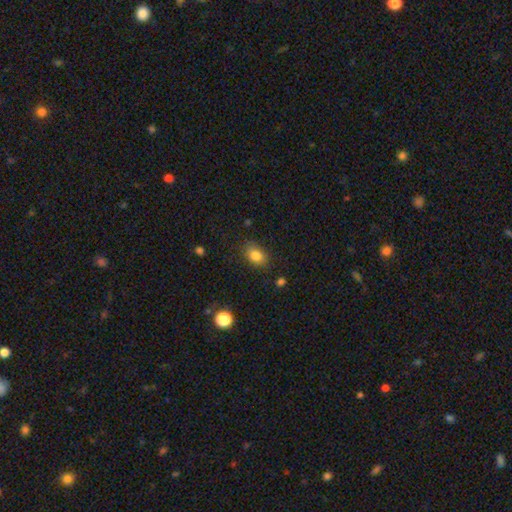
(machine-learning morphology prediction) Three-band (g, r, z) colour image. It shows a smooth galaxy with no disk features (83%) that is in between round and cigar-shaped (70%). Merging: none (80%).